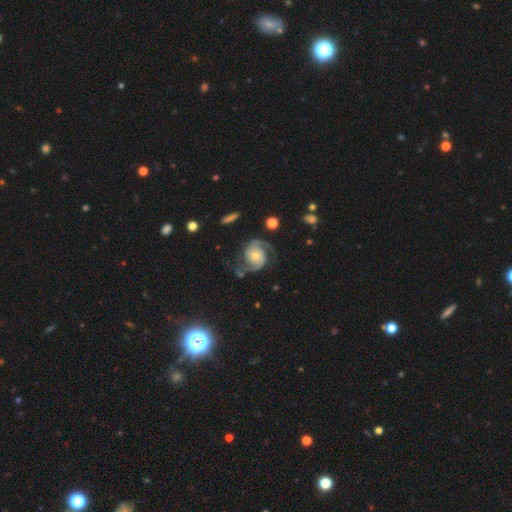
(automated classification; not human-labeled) A featured or disk galaxy (90%) with no bar (64%), 2 (93%) medium (54%) spiral arms (98%) and a moderate central bulge (54%). Merging: none (72%).